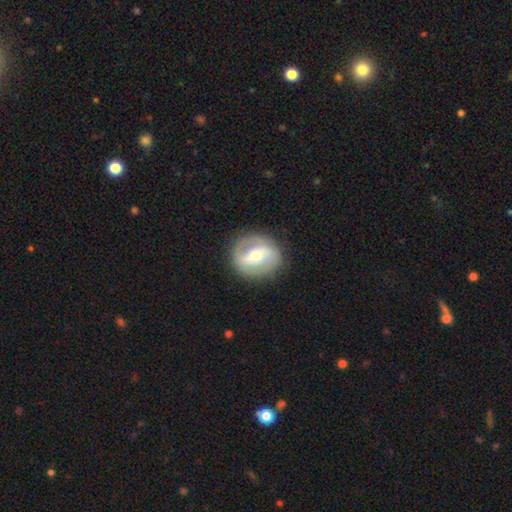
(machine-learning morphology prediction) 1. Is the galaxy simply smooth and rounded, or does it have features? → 72% featured or disk, 22% smooth, 6% star or artifact.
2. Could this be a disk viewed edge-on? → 95% no, 5% yes.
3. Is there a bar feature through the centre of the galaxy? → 53% strong, 32% weak, 15% no.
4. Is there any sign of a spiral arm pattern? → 65% yes, 35% no.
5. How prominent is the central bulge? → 67% moderate, 27% small, 5% large, 1% dominant, 1% none.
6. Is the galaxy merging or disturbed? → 85% none, 10% minor disturbance, 4% major disturbance, 1% merger.